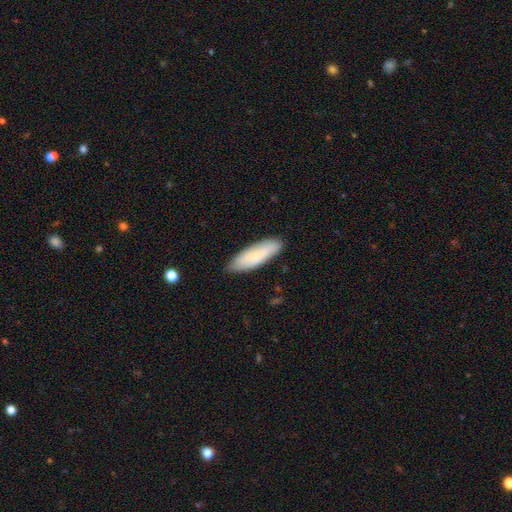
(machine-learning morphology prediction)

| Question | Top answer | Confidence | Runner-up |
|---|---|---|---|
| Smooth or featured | smooth | 74% | featured or disk (20%) |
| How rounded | cigar-shaped | 50% | in between (48%) |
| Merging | none | 83% | minor disturbance (14%) |